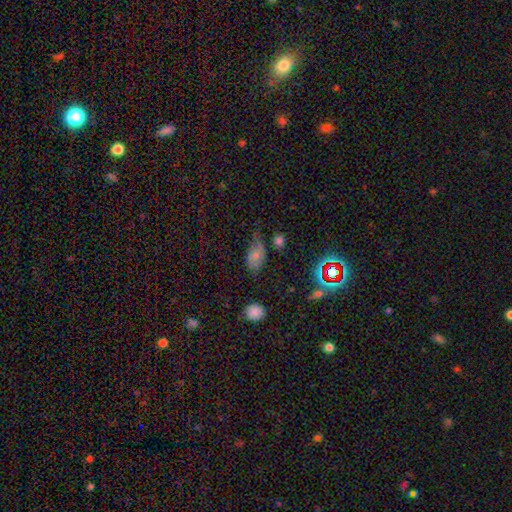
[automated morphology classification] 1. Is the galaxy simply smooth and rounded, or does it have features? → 62% smooth, 25% featured or disk, 13% star or artifact.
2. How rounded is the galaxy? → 88% in between, 9% round, 3% cigar-shaped.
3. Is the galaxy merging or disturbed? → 42% none, 39% minor disturbance, 15% major disturbance, 4% merger.